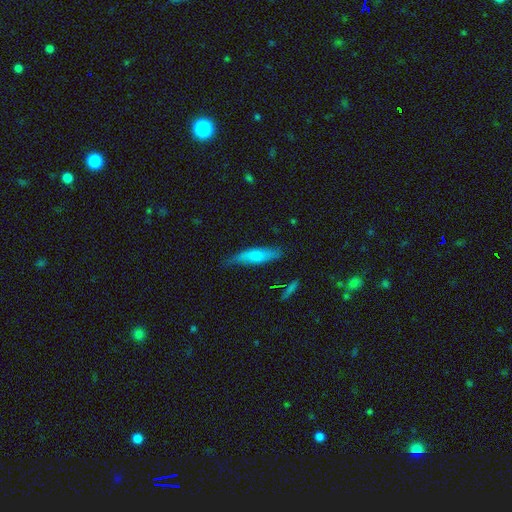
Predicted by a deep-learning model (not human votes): smooth-or-featured: smooth: 70% | featured or disk: 24% | star or artifact: 6%
  how-rounded: cigar-shaped: 66% | in between: 32% | round: 2%
  merging: none: 67% | minor disturbance: 26% | major disturbance: 5% | merger: 2%